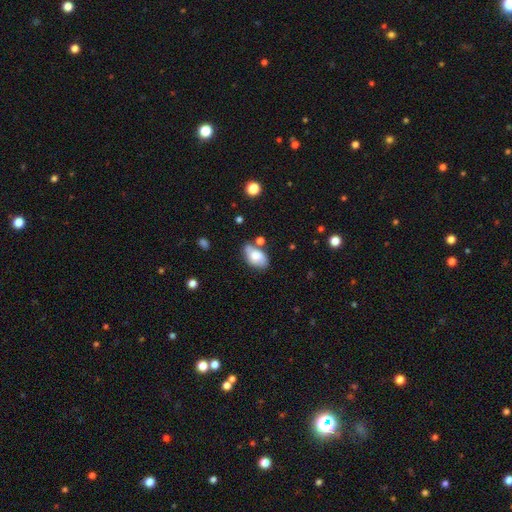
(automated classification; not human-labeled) Smooth or featured?
  - smooth: 72% *
  - featured or disk: 20%
  - star or artifact: 8%
How rounded?
  - in between: 92% *
  - round: 7%
  - cigar-shaped: 2%
Merging?
  - none: 54% *
  - minor disturbance: 26%
  - merger: 13%
  - major disturbance: 7%